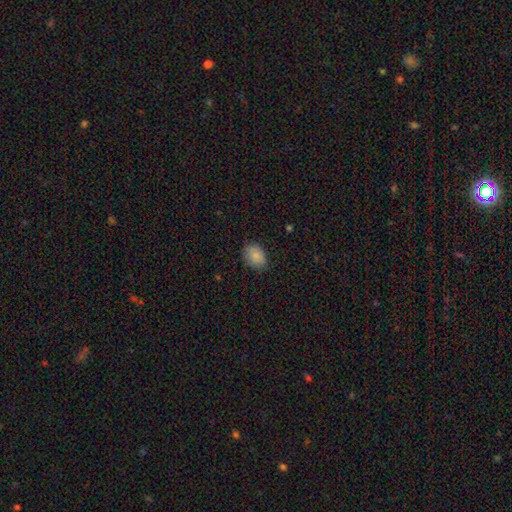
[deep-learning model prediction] A smooth galaxy with no disk features (83%) that is in between round and cigar-shaped (64%). Merging: none (80%).